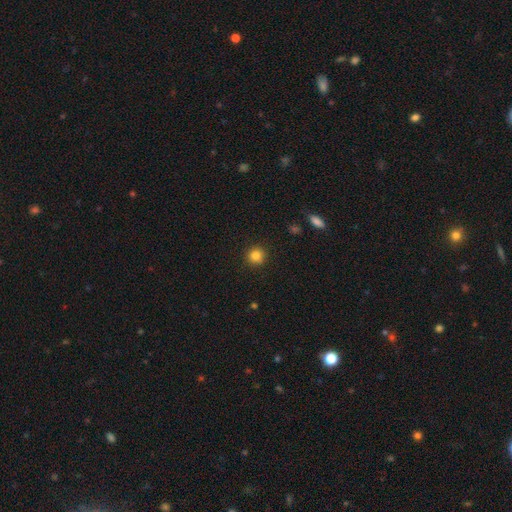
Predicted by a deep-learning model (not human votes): smooth 84%, star or artifact 11%, featured or disk 5%. Down the decision tree: how rounded — round (93%); merging — none (91%).